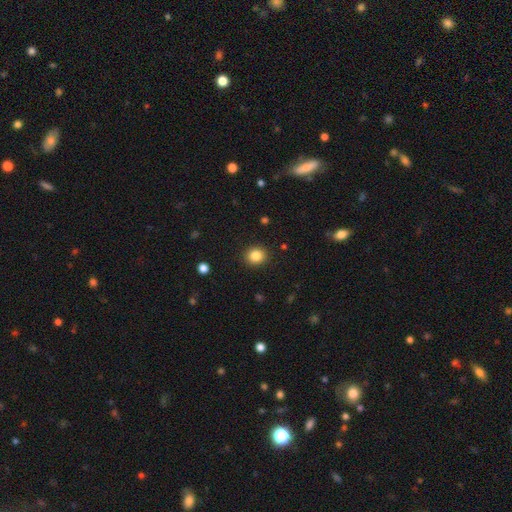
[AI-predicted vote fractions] A smooth galaxy with no disk features (85%) that is round (81%). Merging: none (91%).